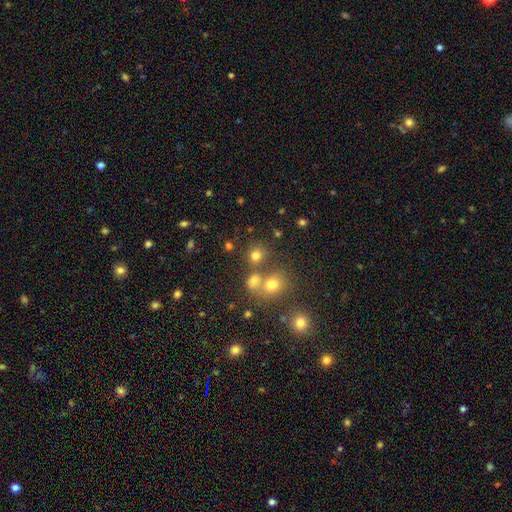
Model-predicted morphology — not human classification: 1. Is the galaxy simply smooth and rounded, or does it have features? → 74% smooth, 18% star or artifact, 8% featured or disk.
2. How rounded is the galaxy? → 83% round, 16% in between, 1% cigar-shaped.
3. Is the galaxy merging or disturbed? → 65% none, 24% merger, 8% minor disturbance, 4% major disturbance.